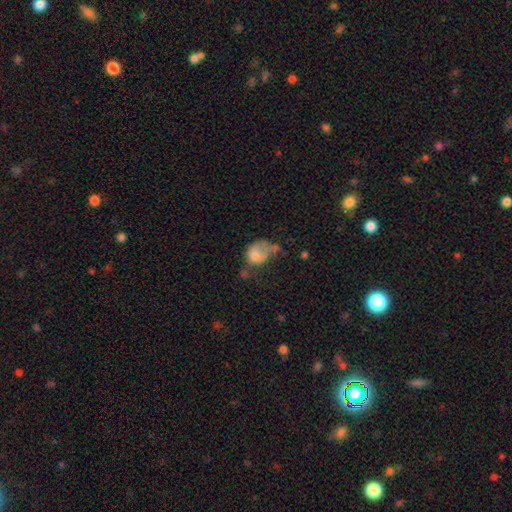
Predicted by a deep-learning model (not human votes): This appears to be a smooth galaxy with no disk features (68%) that is in between round and cigar-shaped (61%). Merging: major disturbance (38%).